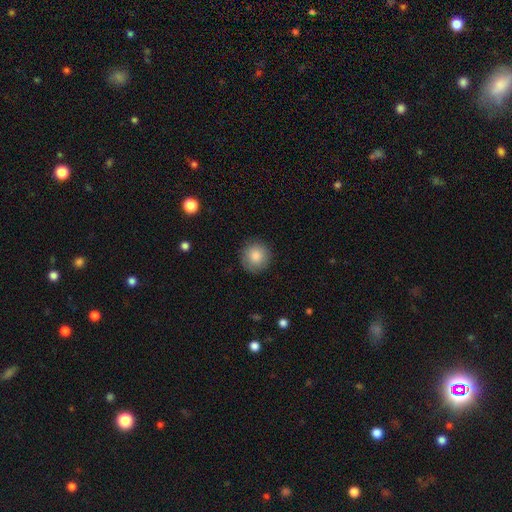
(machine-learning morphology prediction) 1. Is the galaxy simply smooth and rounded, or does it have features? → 85% smooth, 8% star or artifact, 7% featured or disk.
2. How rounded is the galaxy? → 94% round, 5% in between, 1% cigar-shaped.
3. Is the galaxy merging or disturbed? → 88% none, 9% minor disturbance, 2% major disturbance, 1% merger.